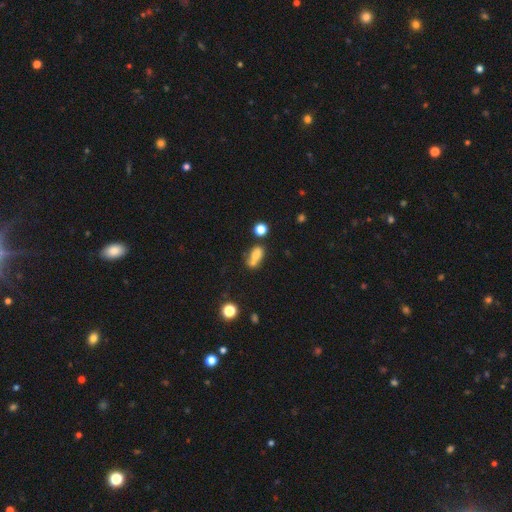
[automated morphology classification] The model was most divided on "merging": merger: 44%, none: 34%, minor disturbance: 15%, major disturbance: 8%. More confident: how rounded — in between (75%); smooth or featured — smooth (72%).